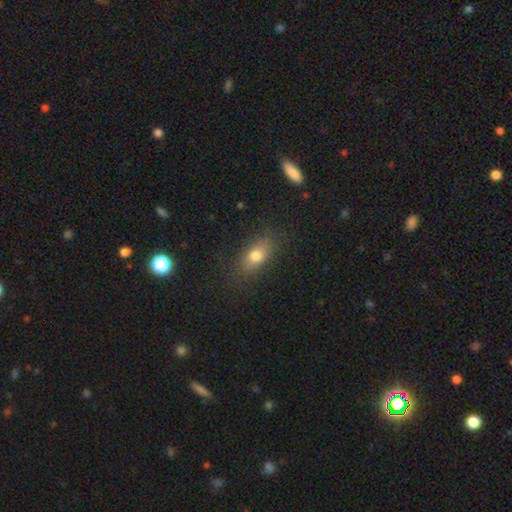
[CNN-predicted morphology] This appears to be a smooth galaxy with no disk features (75%) that is in between round and cigar-shaped (79%). Merging: none (82%).